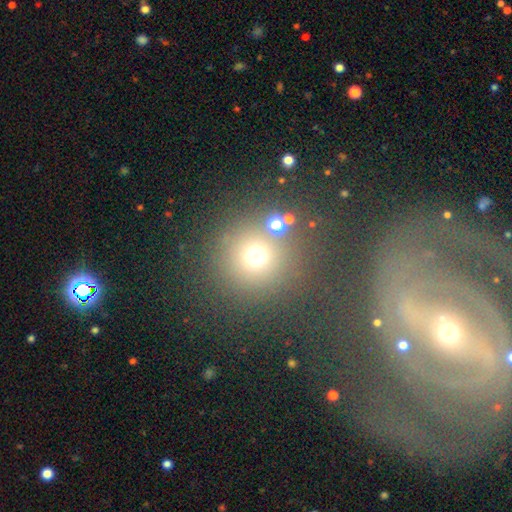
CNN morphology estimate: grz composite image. It shows a smooth galaxy with no disk features (66%) that is round (93%). Merging: none (76%).